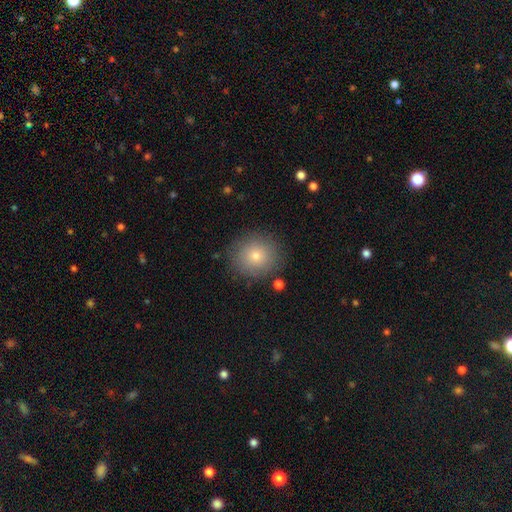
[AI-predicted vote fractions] A smooth galaxy with no disk features (76%) that is round (91%). Merging: none (87%).